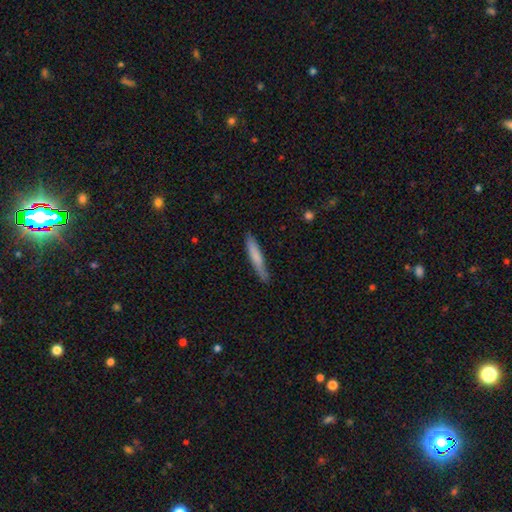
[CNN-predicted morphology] The model was most divided on "smooth or featured": smooth: 74%, featured or disk: 21%, star or artifact: 5%. More confident: how rounded — cigar-shaped (93%); merging — none (82%).